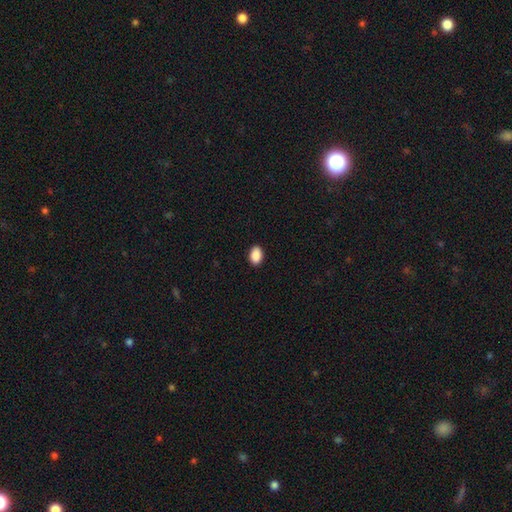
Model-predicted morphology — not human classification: A smooth galaxy with no disk features (90%) that is in between round and cigar-shaped (85%).

Vote fractions:
- Smooth or featured? smooth: 90% / star or artifact: 7% / featured or disk: 3%
- How rounded? in between: 85% / round: 13% / cigar-shaped: 1%
- Merging? none: 91% / minor disturbance: 7% / major disturbance: 2% / merger: 1%